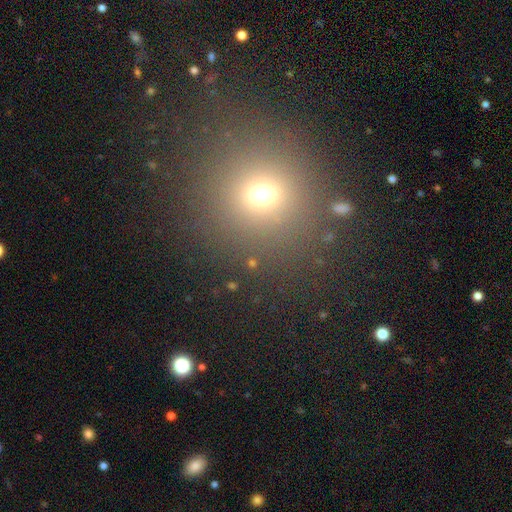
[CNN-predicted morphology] smooth-or-featured: smooth: 57% | star or artifact: 35% | featured or disk: 8%
  how-rounded: round: 89% | in between: 10% | cigar-shaped: 1%
  merging: none: 86% | minor disturbance: 7% | major disturbance: 4% | merger: 3%